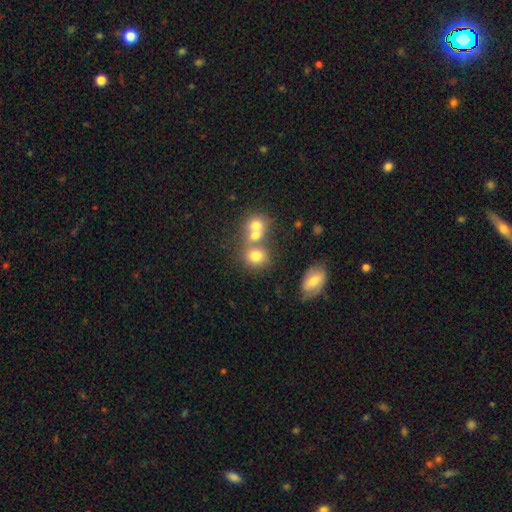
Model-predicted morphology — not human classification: Q: Smooth or featured?
A: smooth (75%); runner-up: featured or disk (13%)
Q: How rounded?
A: round (71%); runner-up: in between (27%)
Q: Merging?
A: none (45%); runner-up: merger (41%)